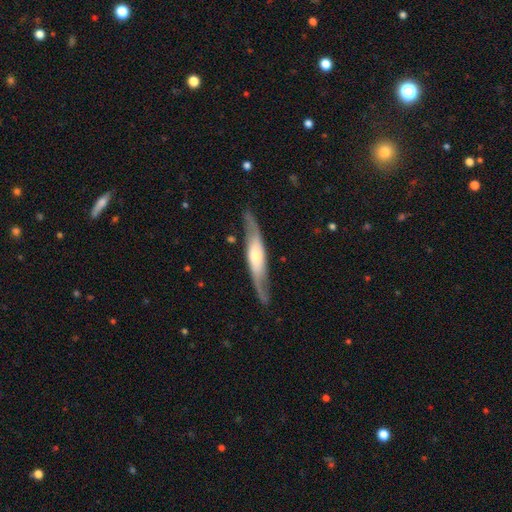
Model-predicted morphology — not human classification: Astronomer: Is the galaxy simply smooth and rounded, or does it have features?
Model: featured or disk — 69%.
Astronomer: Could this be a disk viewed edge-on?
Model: yes — 57% (runner-up: no, 43%).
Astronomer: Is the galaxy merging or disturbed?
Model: none — 78%.